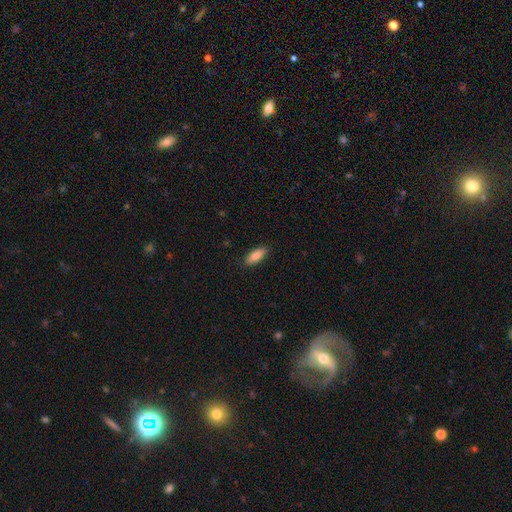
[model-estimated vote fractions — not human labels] Q: Smooth or featured?
A: smooth (84%); runner-up: featured or disk (10%)
Q: How rounded?
A: in between (72%); runner-up: cigar-shaped (26%)
Q: Merging?
A: none (89%); runner-up: minor disturbance (9%)